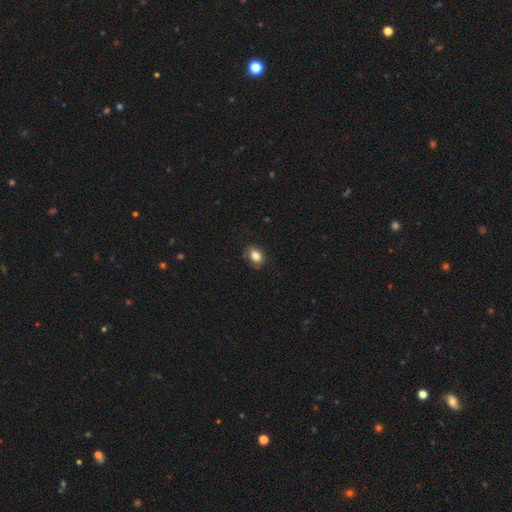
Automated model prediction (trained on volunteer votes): A smooth galaxy with no disk features (83%) that is in between round and cigar-shaped (69%). Merging: none (75%).